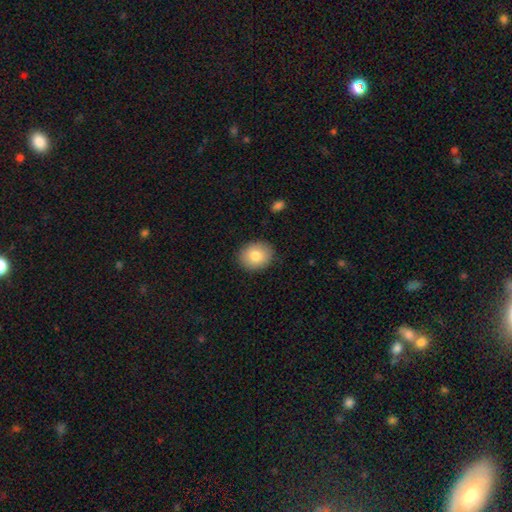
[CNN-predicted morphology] Smooth or featured?
  - smooth: 81% *
  - featured or disk: 11%
  - star or artifact: 8%
How rounded?
  - round: 61% *
  - in between: 38%
  - cigar-shaped: 1%
Merging?
  - none: 88% *
  - minor disturbance: 8%
  - major disturbance: 2%
  - merger: 1%